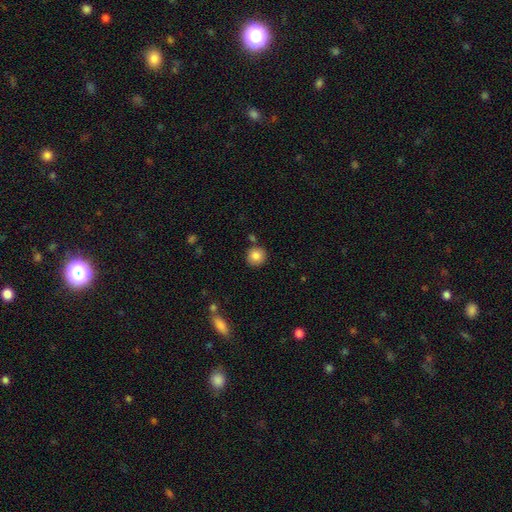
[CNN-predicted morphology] Overall: smooth (84%). How rounded: round (92%). Merging: none (83%).